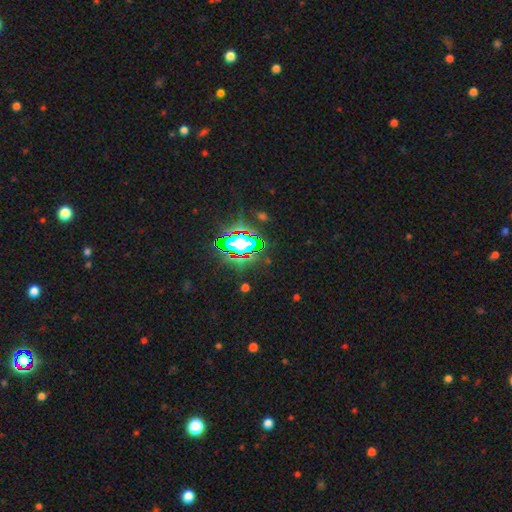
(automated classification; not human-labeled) A star or artifact, not a galaxy (81%).

Vote fractions:
- Smooth or featured? star or artifact: 81% / smooth: 11% / featured or disk: 8%